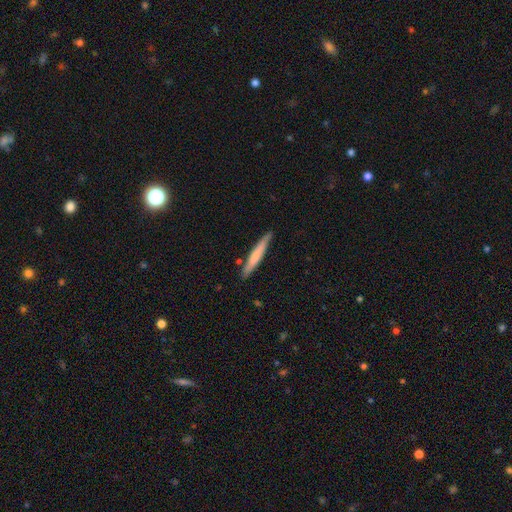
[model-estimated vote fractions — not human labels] A smooth galaxy with no disk features (63%) that is cigar-shaped (95%).

Vote fractions:
- Smooth or featured? smooth: 63% / featured or disk: 32% / star or artifact: 5%
- How rounded? cigar-shaped: 95% / in between: 4% / round: 1%
- Merging? none: 85% / minor disturbance: 11% / merger: 3% / major disturbance: 2%